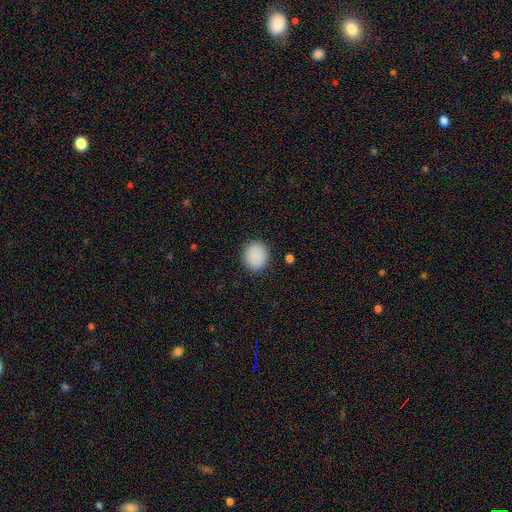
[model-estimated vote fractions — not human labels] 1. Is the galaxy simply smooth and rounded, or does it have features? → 89% smooth, 8% star or artifact, 3% featured or disk.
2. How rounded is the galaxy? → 76% round, 23% in between, 1% cigar-shaped.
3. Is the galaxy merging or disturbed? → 89% none, 8% minor disturbance, 2% major disturbance, 1% merger.